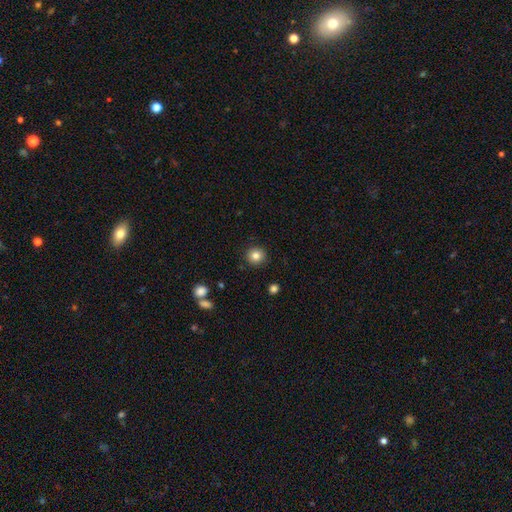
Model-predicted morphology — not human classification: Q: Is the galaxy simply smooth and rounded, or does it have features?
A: smooth — 83%.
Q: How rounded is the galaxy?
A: round — 93%.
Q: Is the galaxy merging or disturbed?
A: none — 91%.